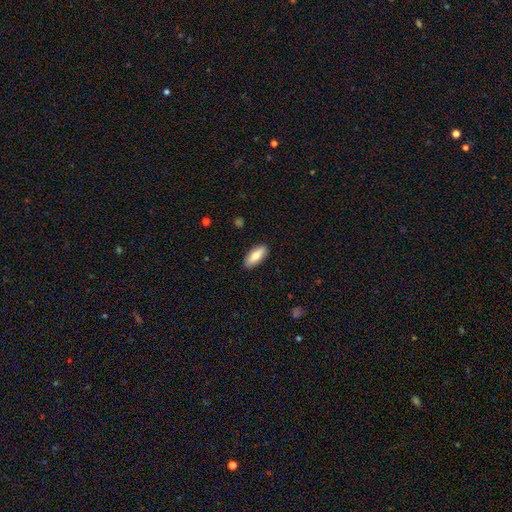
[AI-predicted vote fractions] smooth_or_featured: smooth (p=0.74) [alt: featured or disk p=0.20]
how_rounded: in between (p=0.78) [alt: cigar-shaped p=0.20]
merging: none (p=0.87) [alt: minor disturbance p=0.10]